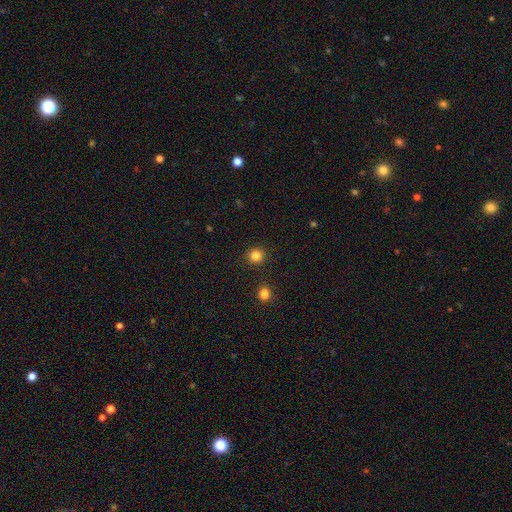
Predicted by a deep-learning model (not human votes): smooth-or-featured: smooth: 84% | star or artifact: 12% | featured or disk: 4%
  how-rounded: round: 91% | in between: 8% | cigar-shaped: 1%
  merging: none: 90% | minor disturbance: 6% | merger: 2% | major disturbance: 2%